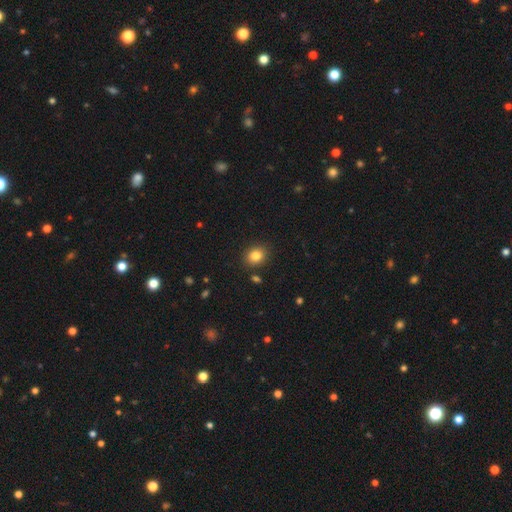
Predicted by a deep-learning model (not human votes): Q: Smooth or featured?
A: smooth (83%); runner-up: star or artifact (11%)
Q: How rounded?
A: round (55%); runner-up: in between (44%)
Q: Merging?
A: none (86%); runner-up: minor disturbance (9%)